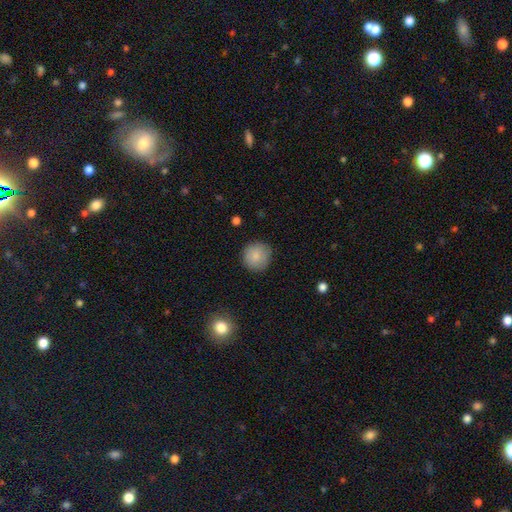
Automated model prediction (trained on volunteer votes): smooth-or-featured: smooth: 85% | star or artifact: 8% | featured or disk: 7%
  how-rounded: round: 94% | in between: 5% | cigar-shaped: 1%
  merging: none: 87% | minor disturbance: 10% | major disturbance: 2% | merger: 1%